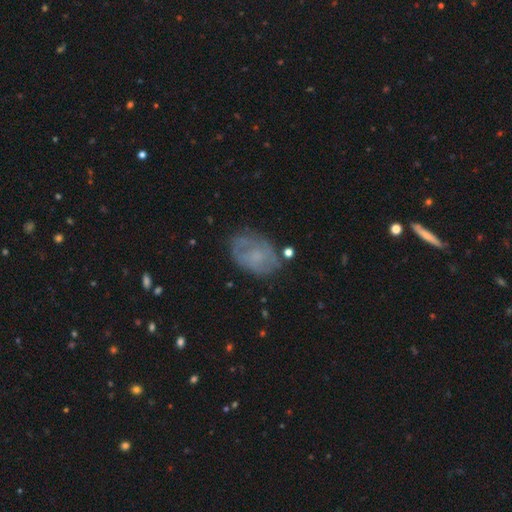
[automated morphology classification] Smooth or featured? smooth (47%)
Merging? none (62%)